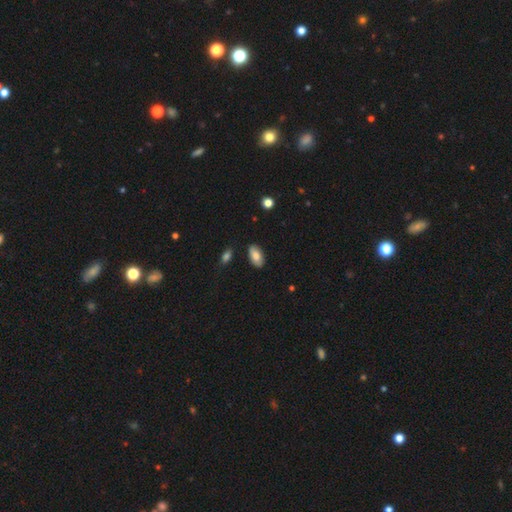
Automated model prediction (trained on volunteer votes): A smooth galaxy with no disk features (79%) that is in between round and cigar-shaped (94%).

Vote fractions:
- Smooth or featured? smooth: 79% / featured or disk: 14% / star or artifact: 7%
- How rounded? in between: 94% / cigar-shaped: 3% / round: 3%
- Merging? none: 87% / minor disturbance: 10% / major disturbance: 2% / merger: 2%